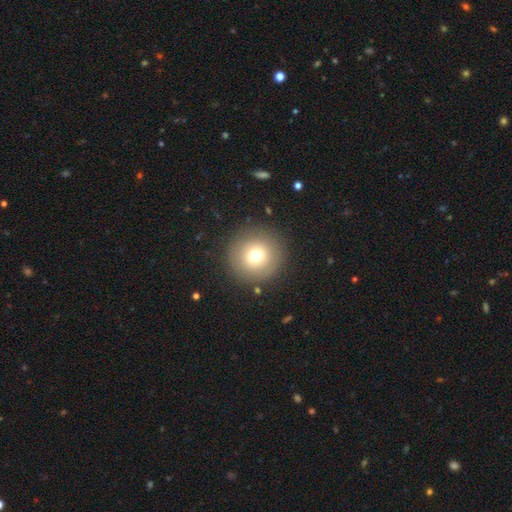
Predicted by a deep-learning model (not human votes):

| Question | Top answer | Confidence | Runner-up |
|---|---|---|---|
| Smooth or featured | smooth | 73% | featured or disk (15%) |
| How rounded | round | 96% | in between (3%) |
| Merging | none | 89% | minor disturbance (7%) |